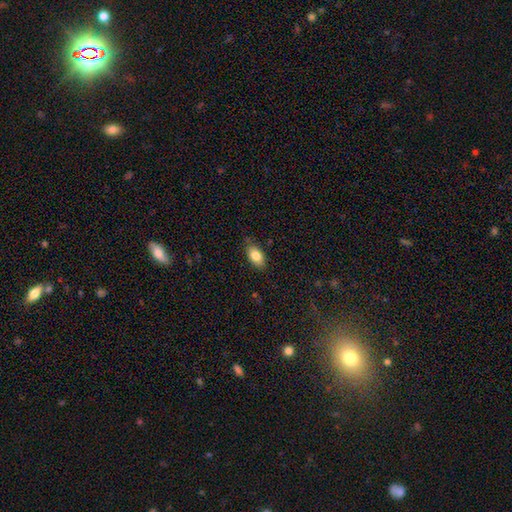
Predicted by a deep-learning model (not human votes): Smooth or featured? Predicted: smooth (p=0.82). How rounded? Predicted: in between (p=0.91). Merging? Predicted: none (p=0.80).